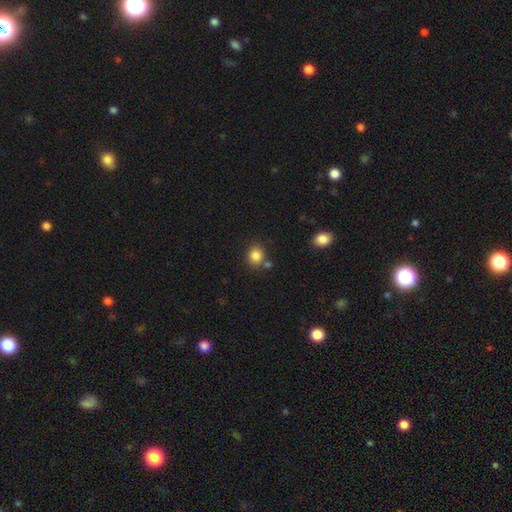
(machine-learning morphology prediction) Smooth or featured? Predicted: smooth (p=0.85). How rounded? Predicted: round (p=0.80). Merging? Predicted: none (p=0.73).